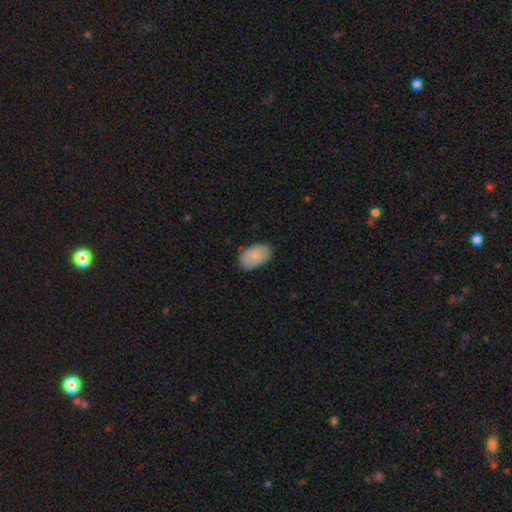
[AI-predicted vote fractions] smooth_or_featured: smooth (p=0.82) [alt: featured or disk p=0.11]
how_rounded: in between (p=0.92) [alt: round p=0.07]
merging: none (p=0.76) [alt: minor disturbance p=0.19]